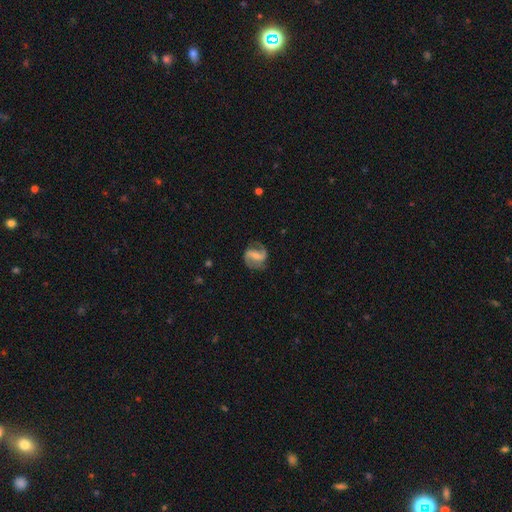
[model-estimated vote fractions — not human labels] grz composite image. It shows a featured or disk galaxy (84%) with a strong bar (42%), 2 (92%) medium (50%) spiral arms (95%) and a small central bulge (48%). Merging: none (79%).